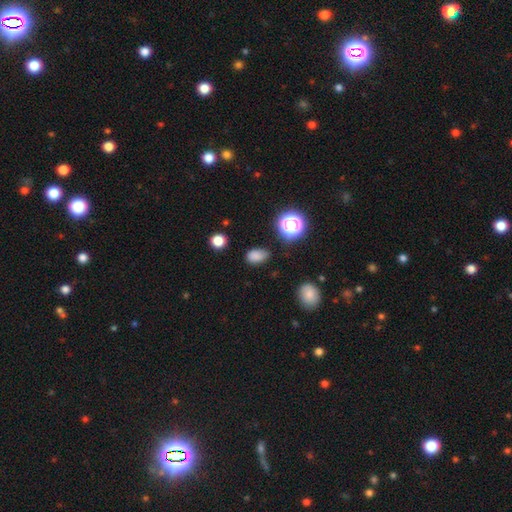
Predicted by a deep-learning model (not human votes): A smooth galaxy with no disk features (80%) that is in between round and cigar-shaped (83%). Merging: none (72%).